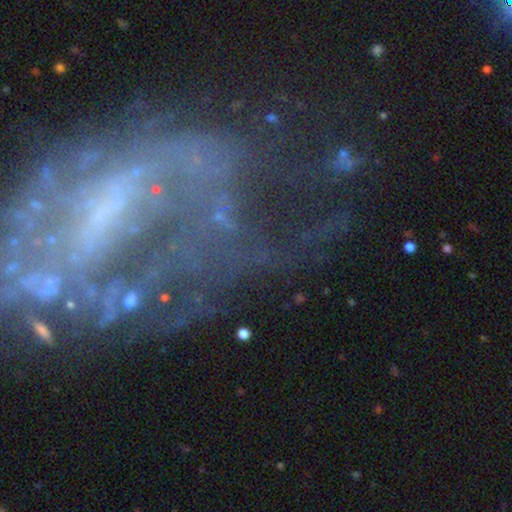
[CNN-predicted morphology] A featured or disk galaxy (73%) with no bar (34%, tied with weak), 2 (34%) medium (37%) spiral arms (73%) and a small central bulge (44%).

Vote fractions:
- Smooth or featured? featured or disk: 73% / star or artifact: 17% / smooth: 10%
- Edge-on disk? no: 96% / yes: 4%
- Bar? no: 34% (tied) / weak: 34% (tied) / strong: 32%
- Spiral arms? yes: 73% / no: 27%
- Spiral winding? medium: 37% / tight: 35% / loose: 28%
- Spiral arm count? 2: 34% / can't tell: 31% / 1: 11% / 3: 10% / 4: 7% / more than 4: 7%
- Bulge size? small: 44% / none: 30% / moderate: 19% / large: 4% / dominant: 2%
- Merging? none: 47% / major disturbance: 31% / minor disturbance: 17% / merger: 5%